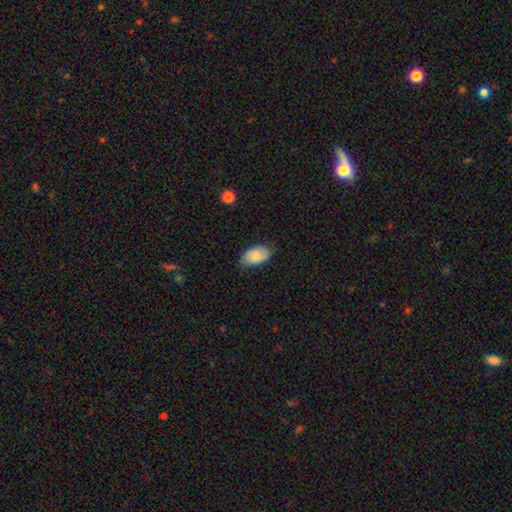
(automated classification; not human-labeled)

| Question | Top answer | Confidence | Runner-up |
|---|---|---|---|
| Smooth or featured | smooth | 79% | featured or disk (14%) |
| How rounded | in between | 94% | round (4%) |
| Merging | none | 71% | minor disturbance (24%) |